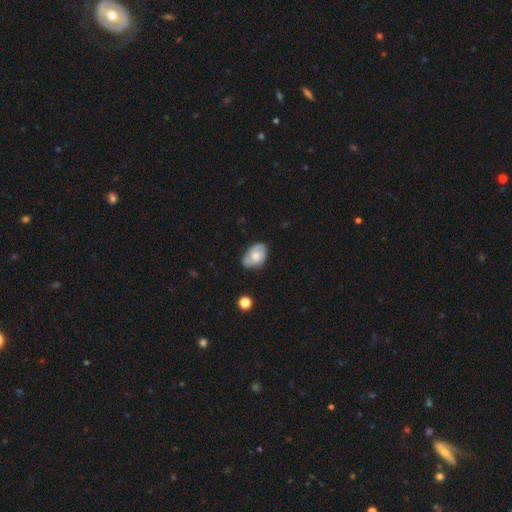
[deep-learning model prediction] Overall: smooth (59%; featured or disk 33%). How rounded: in between (86%). Merging: none (62%; minor disturbance 30%).